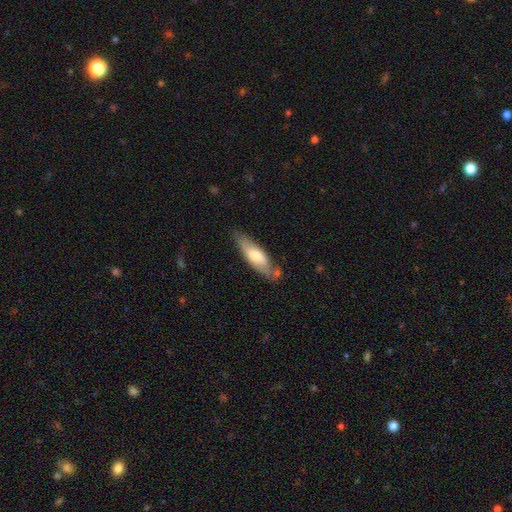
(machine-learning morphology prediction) Overall: smooth (62%; featured or disk 33%). How rounded: cigar-shaped (49%, tied with in between). Merging: none (67%).